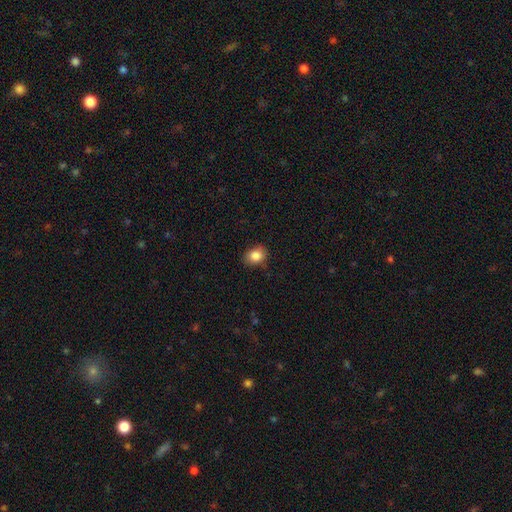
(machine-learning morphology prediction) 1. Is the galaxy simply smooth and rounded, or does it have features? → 86% smooth, 9% star or artifact, 5% featured or disk.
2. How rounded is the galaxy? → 56% in between, 43% round, 1% cigar-shaped.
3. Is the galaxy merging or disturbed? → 81% none, 15% minor disturbance, 3% major disturbance, 1% merger.